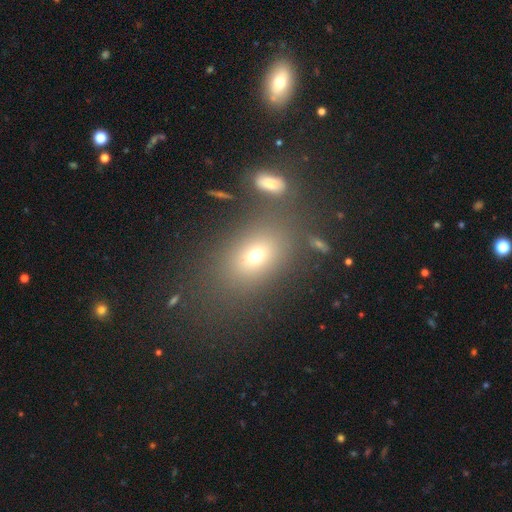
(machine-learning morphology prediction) smooth-or-featured: smooth: 61% | star or artifact: 24% | featured or disk: 15%
  how-rounded: in between: 69% | round: 29% | cigar-shaped: 3%
  merging: none: 72% | merger: 12% | minor disturbance: 11% | major disturbance: 6%